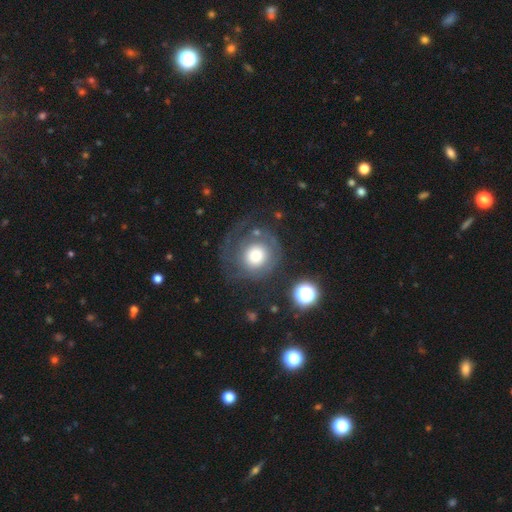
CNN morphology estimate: This appears to be a featured or disk galaxy (49%). Merging: none (57%).